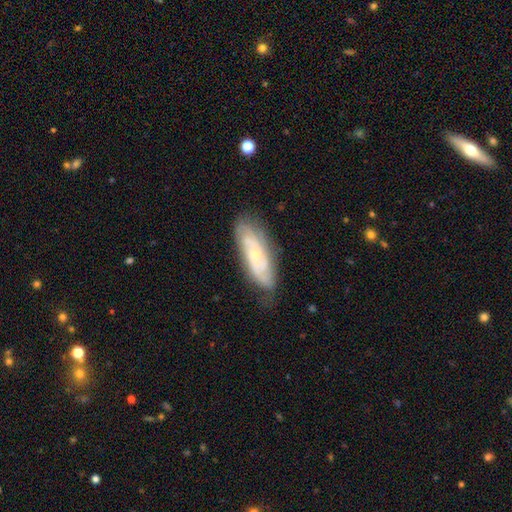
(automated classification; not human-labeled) A featured or disk galaxy (73%) with no bar (71%), tight (57%) spiral arms (91%) and a small central bulge (69%). Merging: none (74%).